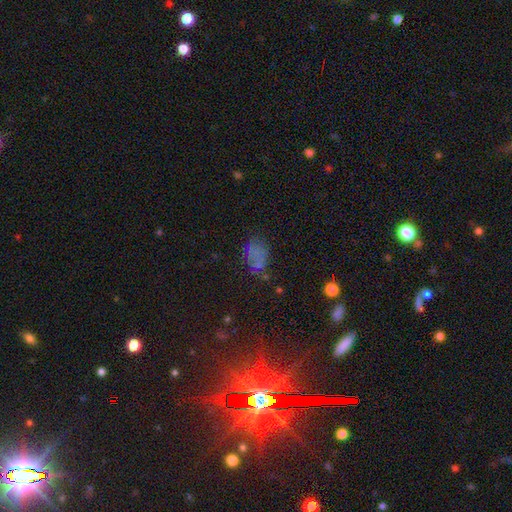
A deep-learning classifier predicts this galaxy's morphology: smooth-or-featured: smooth: 55% | star or artifact: 26% | featured or disk: 19%
  how-rounded: in between: 78% | round: 20% | cigar-shaped: 2%
  merging: none: 56% | minor disturbance: 23% | major disturbance: 15% | merger: 6%